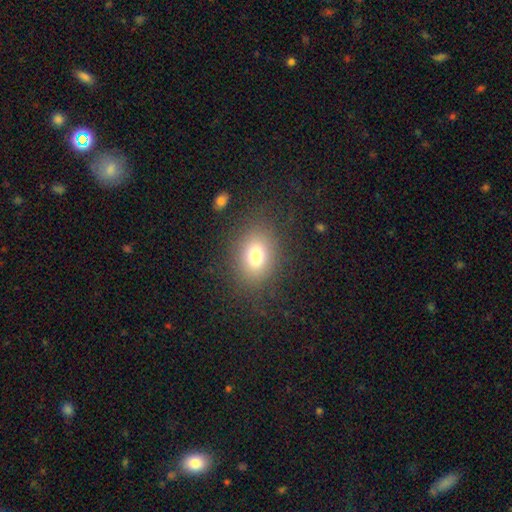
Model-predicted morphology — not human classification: The model was most divided on "how rounded": in between: 56%, round: 42%, cigar-shaped: 1%. More confident: merging — none (80%); smooth or featured — smooth (74%).